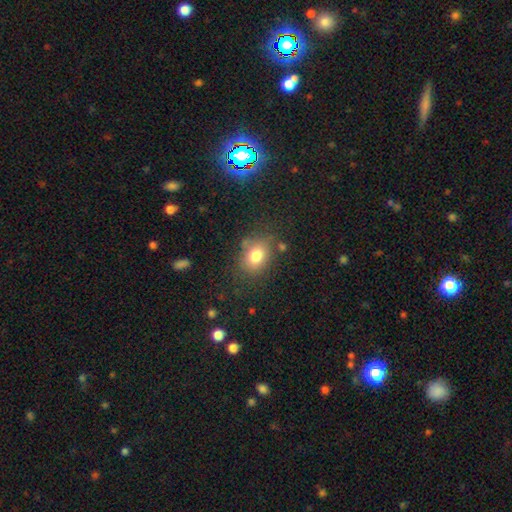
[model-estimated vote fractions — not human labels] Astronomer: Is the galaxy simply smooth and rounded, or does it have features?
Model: smooth — 79%.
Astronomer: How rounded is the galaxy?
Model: in between — 56% (runner-up: round, 43%).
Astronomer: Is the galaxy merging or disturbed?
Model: none — 73%.